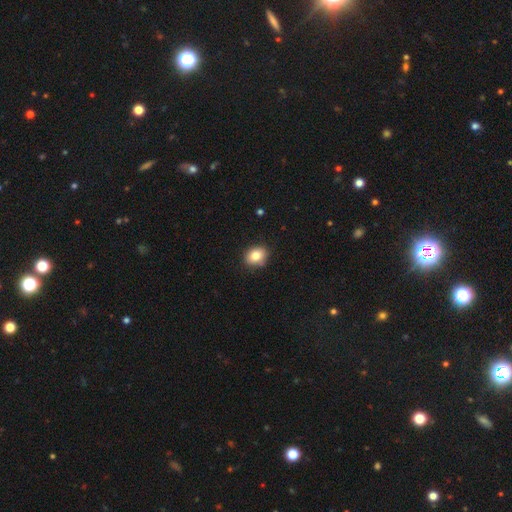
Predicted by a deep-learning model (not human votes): A smooth galaxy with no disk features (83%) that is in between round and cigar-shaped (50%). Merging: none (84%).